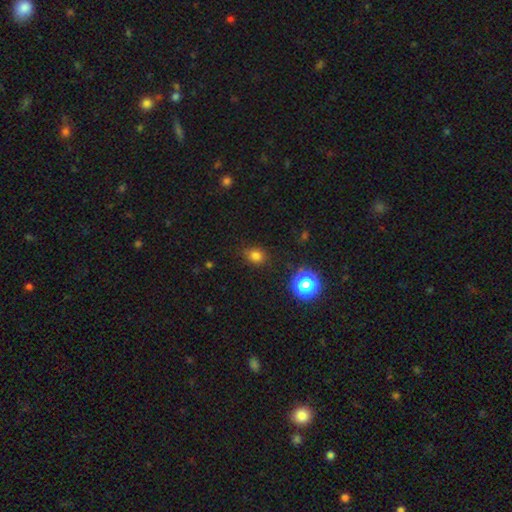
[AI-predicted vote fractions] smooth_or_featured: smooth (p=0.78) [alt: star or artifact p=0.17]
how_rounded: round (p=0.60) [alt: in between p=0.39]
merging: none (p=0.81) [alt: minor disturbance p=0.14]